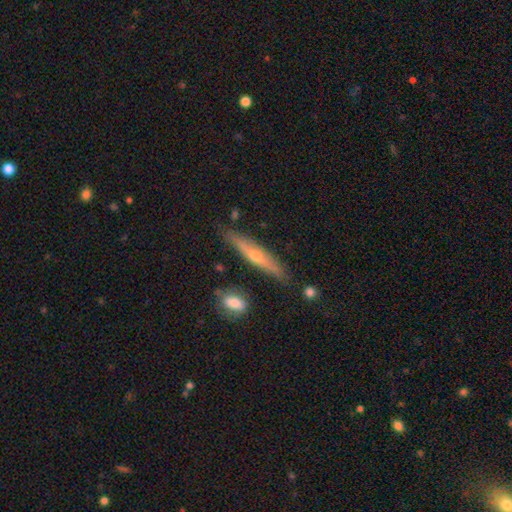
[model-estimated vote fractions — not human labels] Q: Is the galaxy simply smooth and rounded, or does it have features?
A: featured or disk — 59%.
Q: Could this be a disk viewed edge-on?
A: yes — 93%.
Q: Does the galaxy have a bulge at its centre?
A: rounded — 80%.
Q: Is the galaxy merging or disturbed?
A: none — 82%.